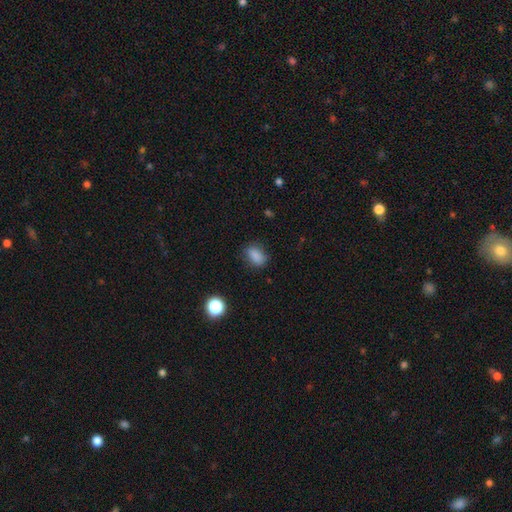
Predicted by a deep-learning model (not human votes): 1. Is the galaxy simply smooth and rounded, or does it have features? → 86% smooth, 10% star or artifact, 4% featured or disk.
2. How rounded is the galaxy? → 81% in between, 16% round, 3% cigar-shaped.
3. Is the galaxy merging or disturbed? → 81% none, 14% minor disturbance, 3% major disturbance, 1% merger.